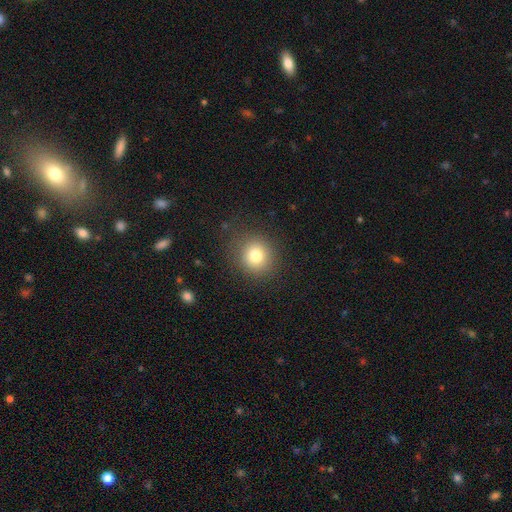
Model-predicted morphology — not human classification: Q: Smooth or featured?
A: smooth (79%); runner-up: star or artifact (13%)
Q: How rounded?
A: round (86%); runner-up: in between (13%)
Q: Merging?
A: none (84%); runner-up: minor disturbance (10%)